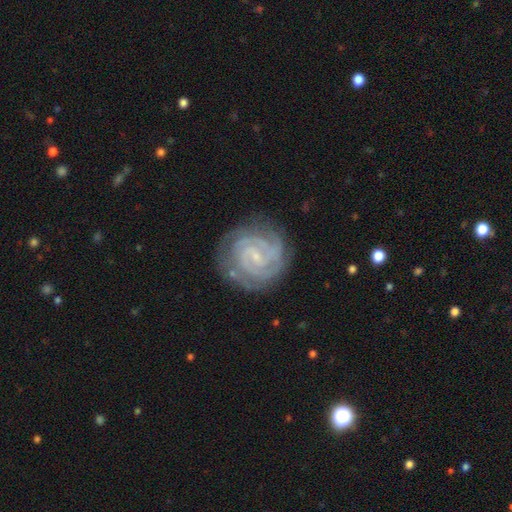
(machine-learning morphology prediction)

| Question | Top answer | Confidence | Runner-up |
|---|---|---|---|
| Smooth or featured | featured or disk | 89% | smooth (5%) |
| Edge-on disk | no | 98% | yes (2%) |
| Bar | weak | 48% | no (35%) |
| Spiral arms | yes | 98% | no (2%) |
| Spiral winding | tight | 79% | medium (19%) |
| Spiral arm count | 2 | 40% | 3 (23%) |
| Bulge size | small | 79% | moderate (10%) |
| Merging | none | 80% | minor disturbance (14%) |